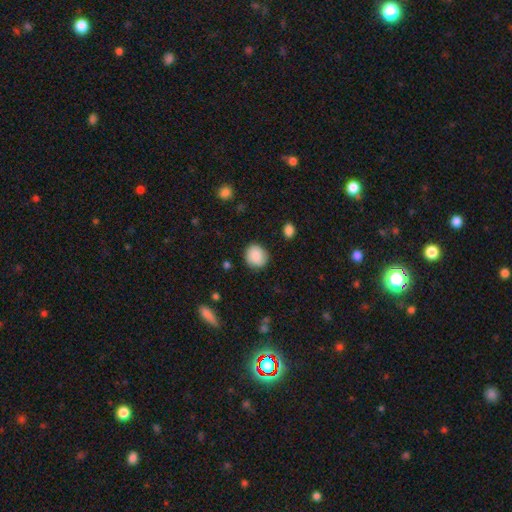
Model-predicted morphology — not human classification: Smooth or featured? smooth (85%)
How rounded? round (86%)
Merging? none (83%)